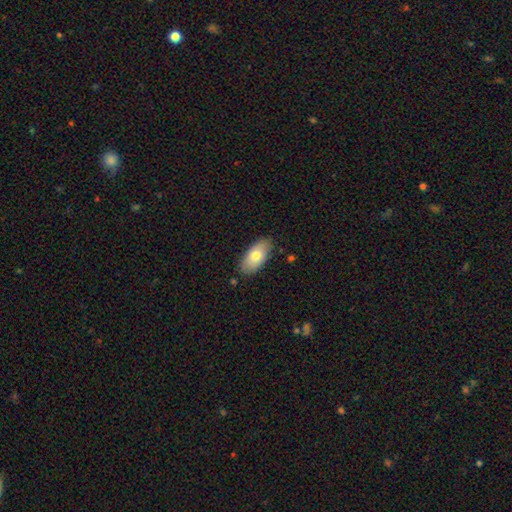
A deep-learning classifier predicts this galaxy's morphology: smooth 73%, featured or disk 21%, star or artifact 6%. Down the decision tree: how rounded — in between (93%); merging — none (83%).